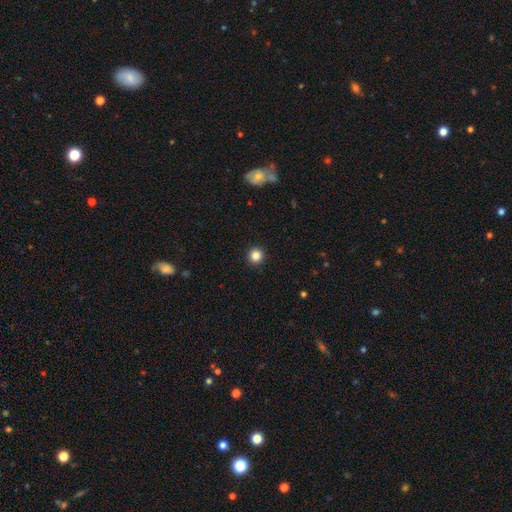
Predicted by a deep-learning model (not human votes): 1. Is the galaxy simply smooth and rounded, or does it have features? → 85% smooth, 11% star or artifact, 4% featured or disk.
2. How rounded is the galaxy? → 95% round, 4% in between, 1% cigar-shaped.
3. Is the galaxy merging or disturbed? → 93% none, 4% minor disturbance, 2% major disturbance, 1% merger.